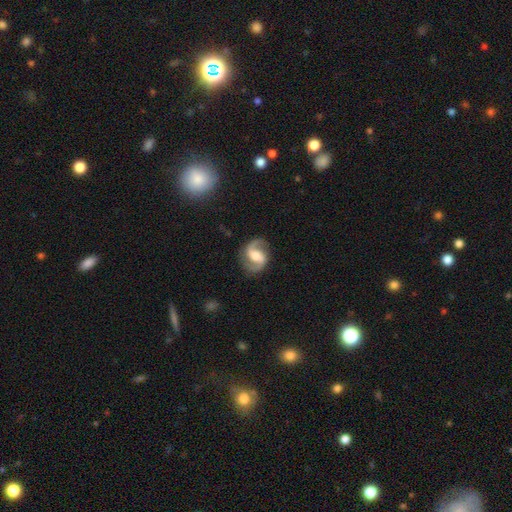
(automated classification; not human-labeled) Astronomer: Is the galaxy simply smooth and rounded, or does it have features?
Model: featured or disk — 88%.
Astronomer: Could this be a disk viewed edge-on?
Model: no — 98%.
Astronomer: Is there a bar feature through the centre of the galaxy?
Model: weak — 45% (runner-up: strong, 28%).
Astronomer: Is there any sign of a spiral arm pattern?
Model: yes — 97%.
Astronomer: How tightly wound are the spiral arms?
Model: medium — 52% (runner-up: loose, 34%).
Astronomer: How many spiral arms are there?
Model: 2 — 94%.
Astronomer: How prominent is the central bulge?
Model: moderate — 58%.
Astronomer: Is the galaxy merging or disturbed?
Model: none — 84%.